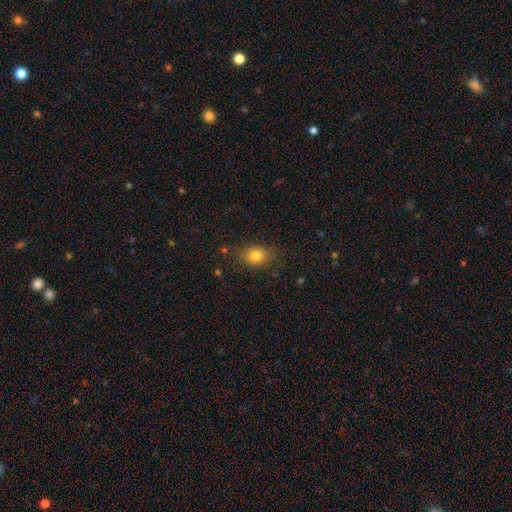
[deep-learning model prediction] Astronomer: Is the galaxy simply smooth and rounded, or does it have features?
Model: smooth — 81%.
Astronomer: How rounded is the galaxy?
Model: in between — 57% (runner-up: round, 42%).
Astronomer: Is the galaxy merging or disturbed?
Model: none — 80%.